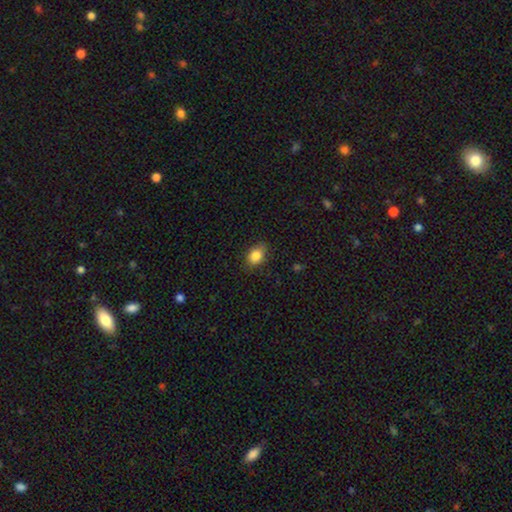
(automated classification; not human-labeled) This is clearly a smooth galaxy (85%). How rounded: likely in between (78%). Merging: clearly none (84%).